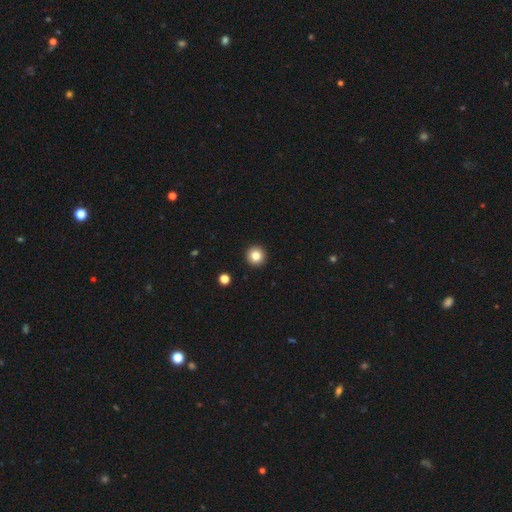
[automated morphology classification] smooth_or_featured: smooth (p=0.83) [alt: star or artifact p=0.11]
how_rounded: round (p=0.96) [alt: in between p=0.03]
merging: none (p=0.94) [alt: minor disturbance p=0.04]